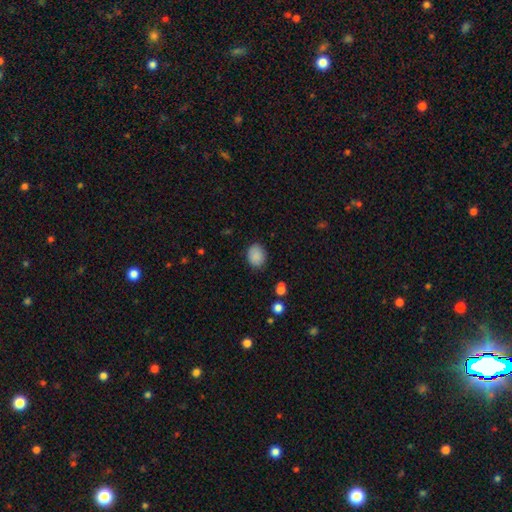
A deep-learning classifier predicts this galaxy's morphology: smooth_or_featured: smooth (p=0.87) [alt: star or artifact p=0.09]
how_rounded: in between (p=0.53) [alt: round p=0.46]
merging: none (p=0.82) [alt: minor disturbance p=0.13]